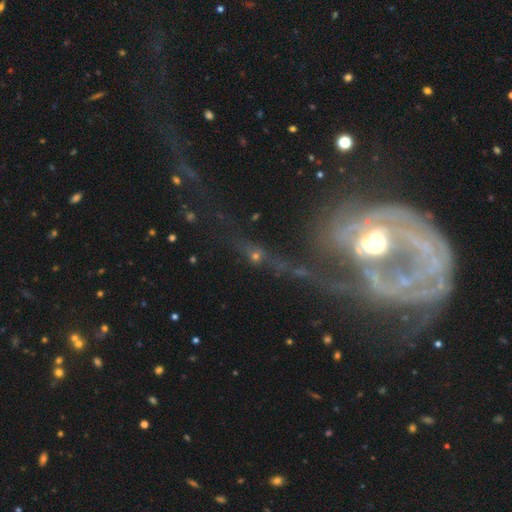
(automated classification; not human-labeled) featured or disk 73%, star or artifact 15%, smooth 12%. Down the decision tree: edge-on disk — no (90%); bar — no (58%); spiral arms — yes (65%); bulge size — moderate (61%); merging — major disturbance (48%).